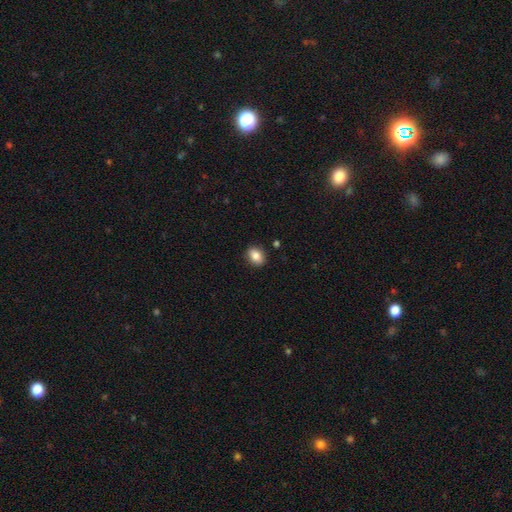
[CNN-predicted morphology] This appears to be a smooth galaxy with no disk features (85%) that is in between round and cigar-shaped (70%). Merging: none (89%).